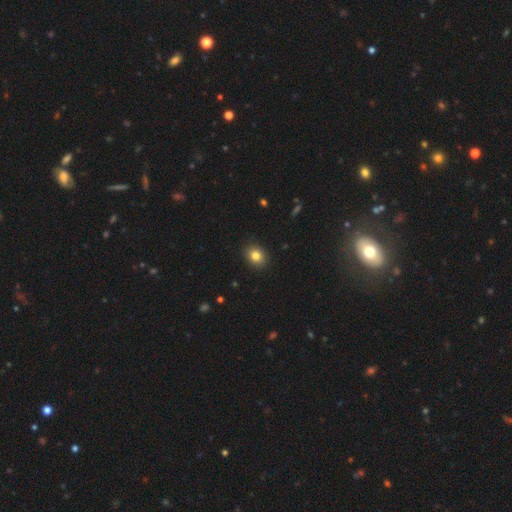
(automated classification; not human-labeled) Smooth or featured? Predicted: smooth (p=0.82). How rounded? Predicted: round (p=0.54). Merging? Predicted: none (p=0.90).